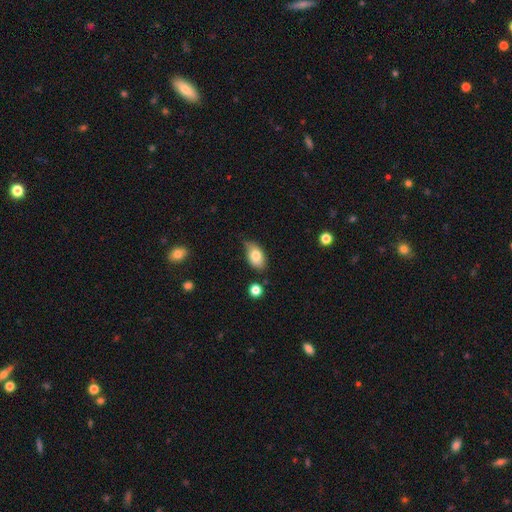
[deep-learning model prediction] Smooth or featured? Predicted: smooth (p=0.80). How rounded? Predicted: in between (p=0.90). Merging? Predicted: none (p=0.62).